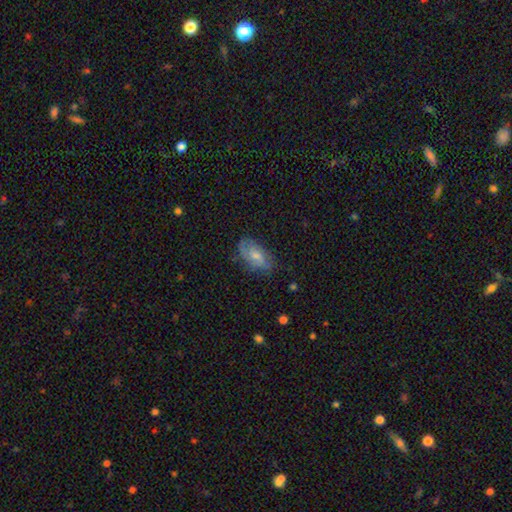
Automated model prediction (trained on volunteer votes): Morphology: type=smooth (47%); merging=none (67%).